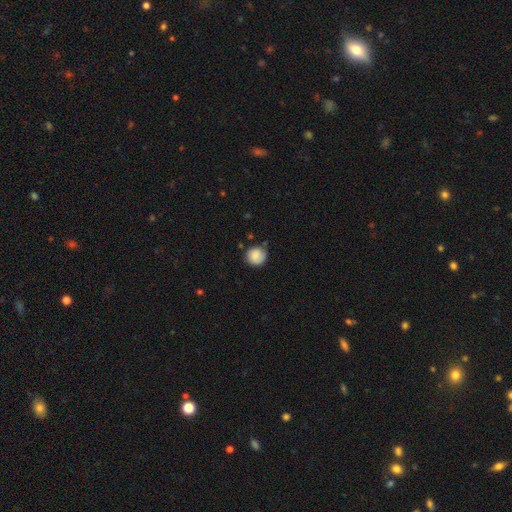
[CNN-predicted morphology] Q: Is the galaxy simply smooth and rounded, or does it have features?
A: smooth — 80%.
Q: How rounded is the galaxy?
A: round — 88%.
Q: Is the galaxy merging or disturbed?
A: none — 69%.